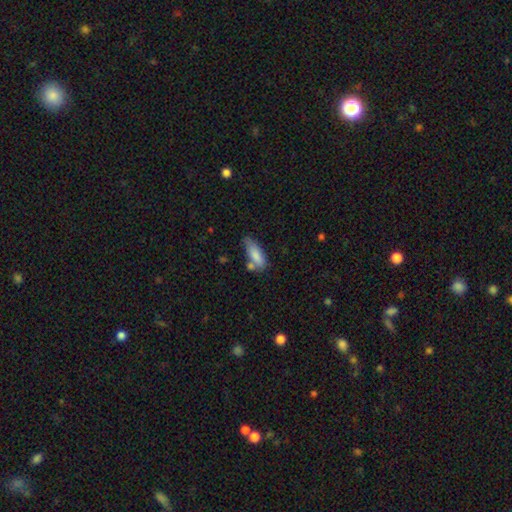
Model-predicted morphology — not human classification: smooth-or-featured: smooth: 81% | featured or disk: 13% | star or artifact: 7%
  how-rounded: in between: 68% | cigar-shaped: 29% | round: 2%
  merging: none: 45% | minor disturbance: 28% | merger: 18% | major disturbance: 8%